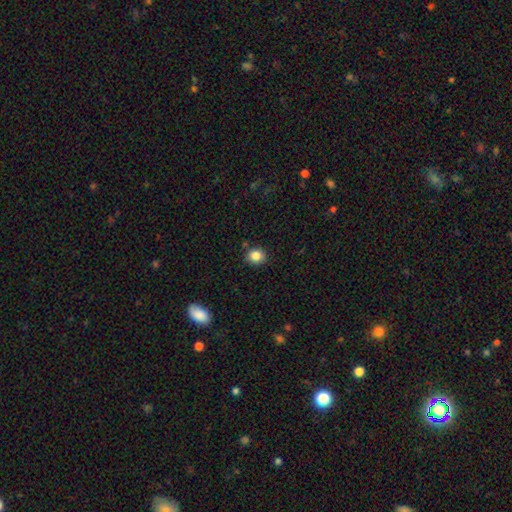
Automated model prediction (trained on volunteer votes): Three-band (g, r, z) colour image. It shows a smooth galaxy with no disk features (85%) that is round (74%). Merging: none (85%).